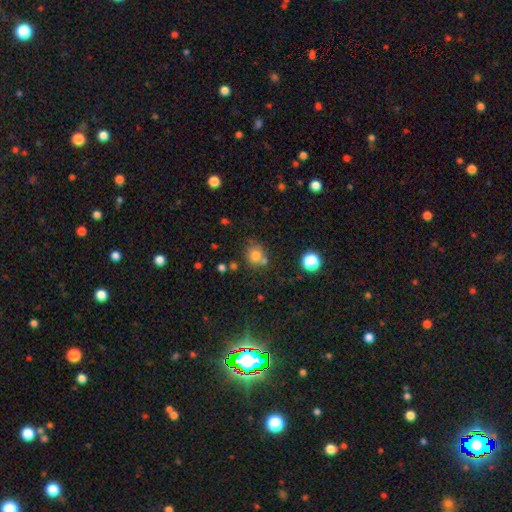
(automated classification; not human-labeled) The model was most divided on "merging": none: 61%, merger: 21%, minor disturbance: 13%, major disturbance: 4%. More confident: how rounded — round (80%); smooth or featured — smooth (76%).